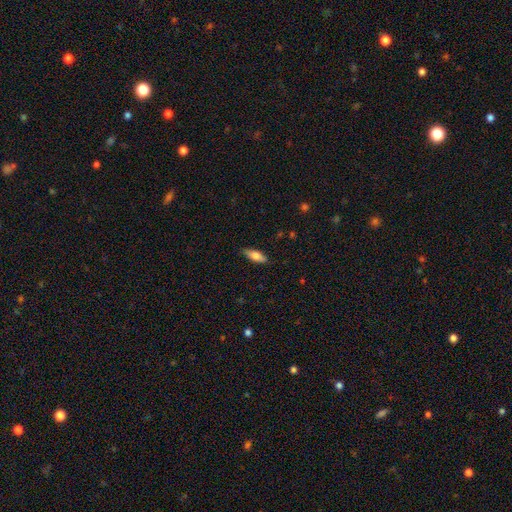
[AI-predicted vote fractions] A smooth galaxy with no disk features (74%) that is in between round and cigar-shaped (67%).

Vote fractions:
- Smooth or featured? smooth: 74% / featured or disk: 20% / star or artifact: 6%
- How rounded? in between: 67% / cigar-shaped: 31% / round: 2%
- Merging? none: 86% / minor disturbance: 11% / major disturbance: 2% / merger: 1%